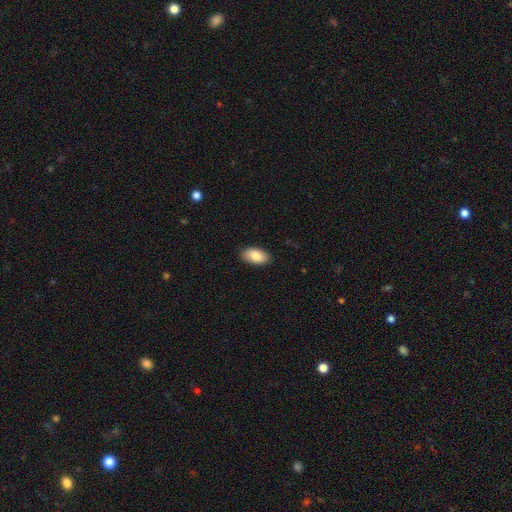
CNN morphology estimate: A smooth galaxy with no disk features (84%) that is in between round and cigar-shaped (94%). Merging: none (89%).